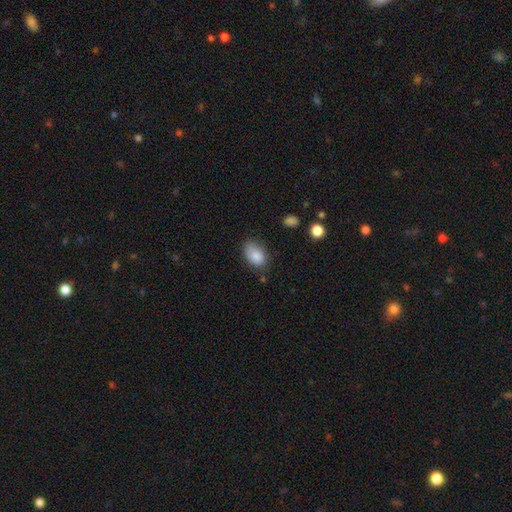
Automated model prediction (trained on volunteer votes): Smooth or featured?
  - smooth: 85% *
  - star or artifact: 8%
  - featured or disk: 7%
How rounded?
  - in between: 88% *
  - round: 10%
  - cigar-shaped: 1%
Merging?
  - none: 64% *
  - minor disturbance: 27%
  - major disturbance: 6%
  - merger: 3%